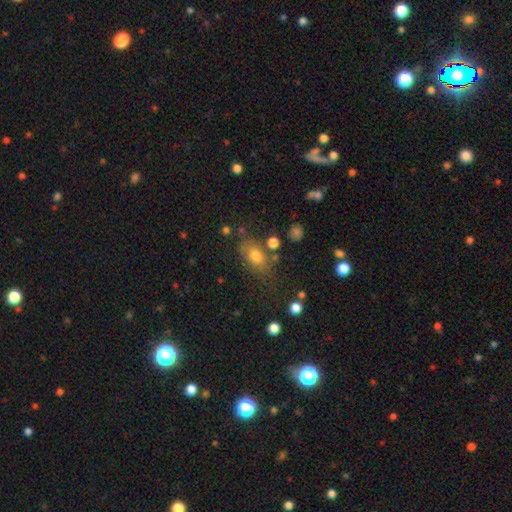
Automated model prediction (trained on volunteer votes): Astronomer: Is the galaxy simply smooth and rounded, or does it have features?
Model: smooth — 75%.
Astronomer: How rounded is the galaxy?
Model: in between — 81%.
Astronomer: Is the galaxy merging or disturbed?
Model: none — 70%.